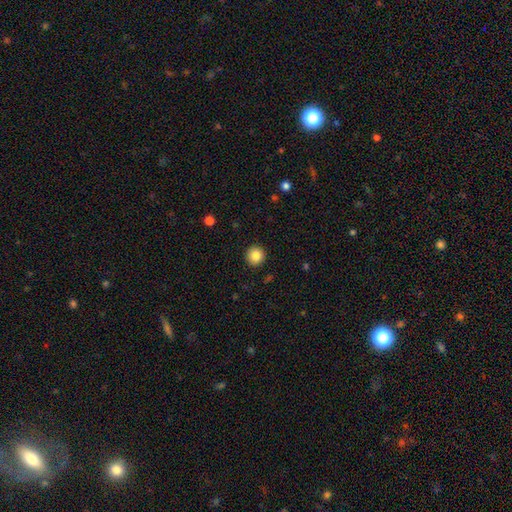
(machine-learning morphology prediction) smooth-or-featured: smooth: 85% | star or artifact: 9% | featured or disk: 6%
  how-rounded: round: 95% | in between: 4% | cigar-shaped: 1%
  merging: none: 93% | minor disturbance: 5% | major disturbance: 2% | merger: 1%